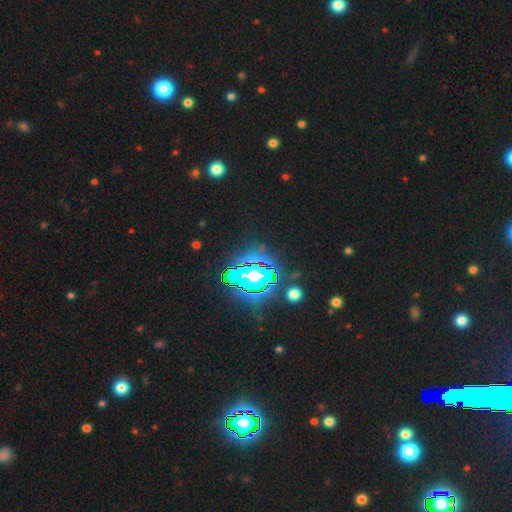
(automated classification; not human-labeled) smooth-or-featured: star or artifact: 84% | smooth: 9% | featured or disk: 7%